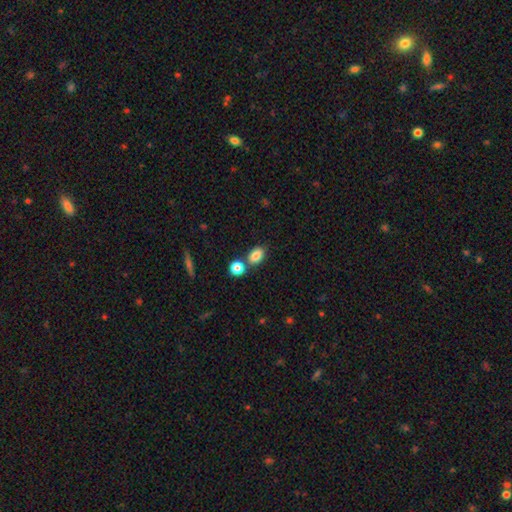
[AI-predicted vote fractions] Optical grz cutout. It shows a smooth galaxy with no disk features (85%) that is in between round and cigar-shaped (80%). Merging: none (63%).